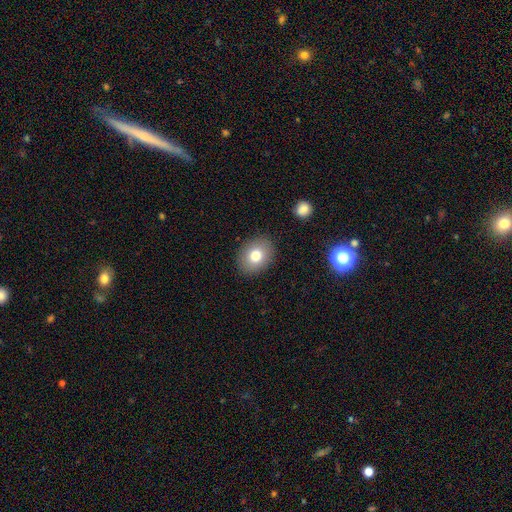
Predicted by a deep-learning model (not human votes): Smooth or featured? Predicted: smooth (p=0.77). How rounded? Predicted: in between (p=0.57). Merging? Predicted: none (p=0.88).